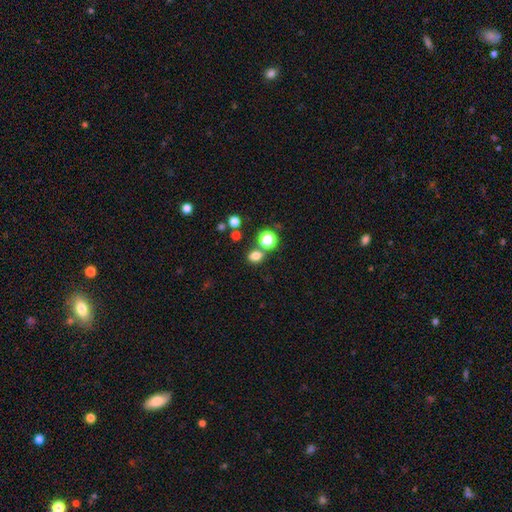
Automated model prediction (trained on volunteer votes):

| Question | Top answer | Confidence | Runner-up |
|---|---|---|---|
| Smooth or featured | smooth | 73% | star or artifact (20%) |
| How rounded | round | 57% | in between (42%) |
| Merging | none | 70% | merger (16%) |